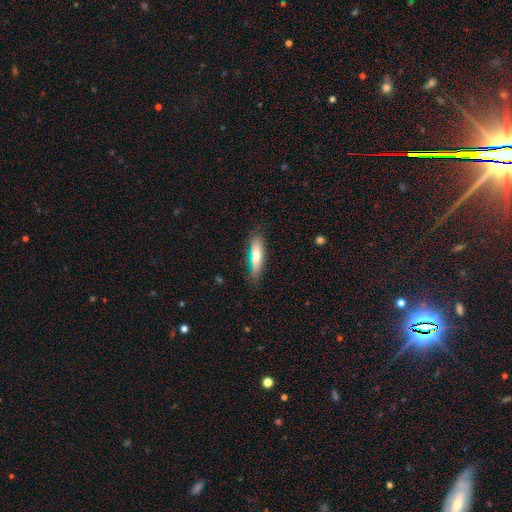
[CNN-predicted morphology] Q: Smooth or featured?
A: smooth (65%); runner-up: featured or disk (28%)
Q: How rounded?
A: cigar-shaped (63%); runner-up: in between (35%)
Q: Merging?
A: none (76%); runner-up: minor disturbance (18%)